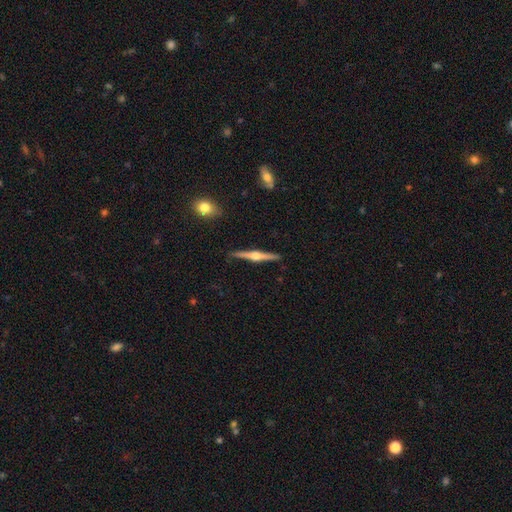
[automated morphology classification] featured or disk 80%, smooth 15%, star or artifact 5%. Down the decision tree: edge-on disk — yes (98%); edge-on bulge — rounded (94%); merging — none (91%).